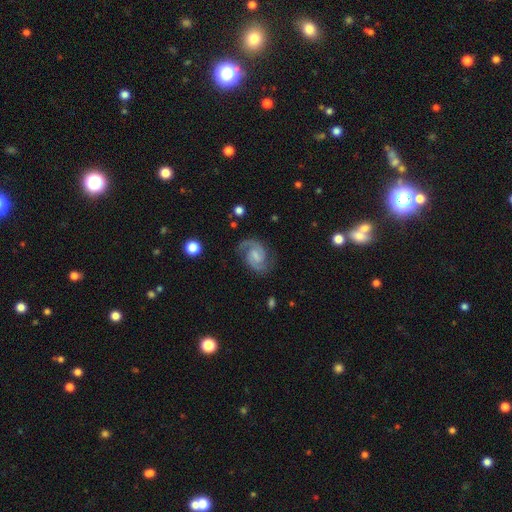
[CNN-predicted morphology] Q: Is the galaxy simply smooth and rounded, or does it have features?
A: featured or disk — 88%.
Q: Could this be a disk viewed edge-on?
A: no — 98%.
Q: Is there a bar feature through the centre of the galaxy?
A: weak — 56%.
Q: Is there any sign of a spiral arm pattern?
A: yes — 98%.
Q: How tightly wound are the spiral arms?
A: medium — 57%.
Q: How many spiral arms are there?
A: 2 — 92%.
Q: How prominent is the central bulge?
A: small — 40%.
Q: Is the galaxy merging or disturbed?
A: none — 78%.